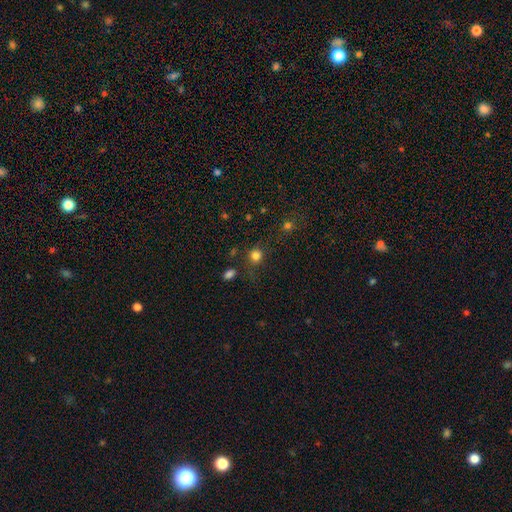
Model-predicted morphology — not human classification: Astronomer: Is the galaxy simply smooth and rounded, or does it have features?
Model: smooth — 80%.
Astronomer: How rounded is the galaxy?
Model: round — 86%.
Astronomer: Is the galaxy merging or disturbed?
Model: none — 74%.